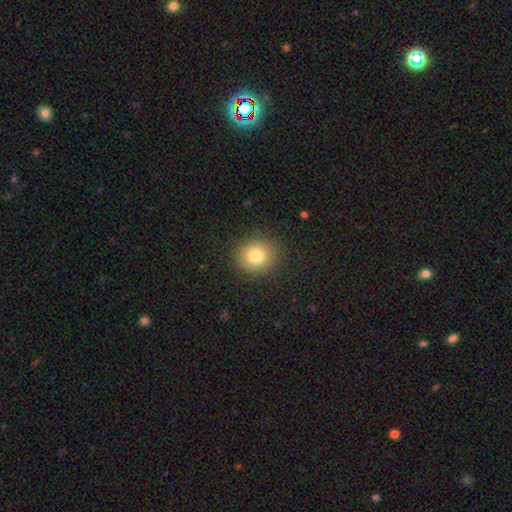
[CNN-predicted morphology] A smooth galaxy with no disk features (81%) that is round (84%).

Vote fractions:
- Smooth or featured? smooth: 81% / star or artifact: 11% / featured or disk: 8%
- How rounded? round: 84% / in between: 16% / cigar-shaped: 1%
- Merging? none: 89% / minor disturbance: 7% / major disturbance: 3% / merger: 1%